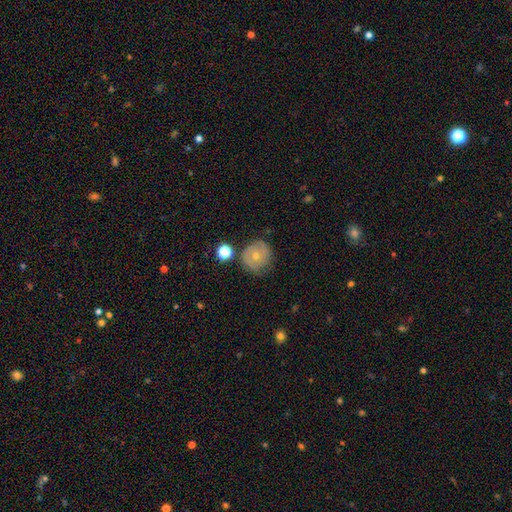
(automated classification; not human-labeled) Smooth or featured?
  - smooth: 58% *
  - featured or disk: 32%
  - star or artifact: 10%
How rounded?
  - round: 88% *
  - in between: 11%
  - cigar-shaped: 1%
Merging?
  - none: 65% *
  - minor disturbance: 24%
  - major disturbance: 7%
  - merger: 4%